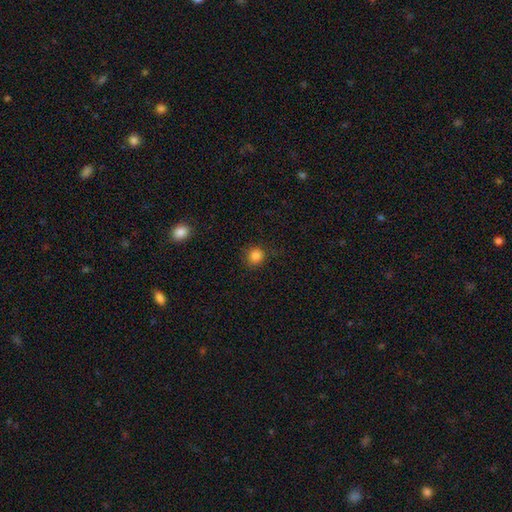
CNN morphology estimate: This appears to be a smooth galaxy with no disk features (84%) that is round (92%). Merging: none (86%).